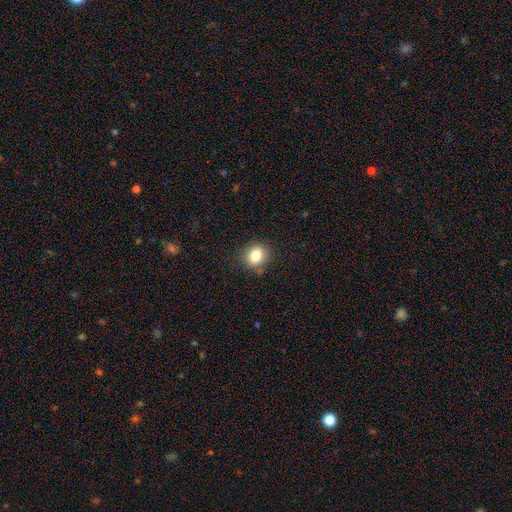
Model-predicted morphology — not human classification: smooth_or_featured: smooth (p=0.83) [alt: star or artifact p=0.11]
how_rounded: round (p=0.71) [alt: in between p=0.28]
merging: none (p=0.84) [alt: minor disturbance p=0.12]